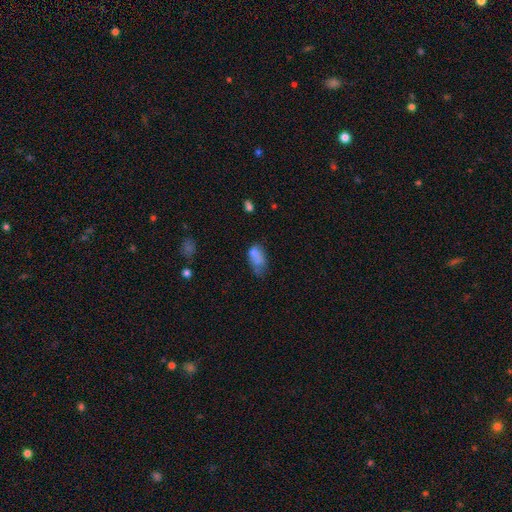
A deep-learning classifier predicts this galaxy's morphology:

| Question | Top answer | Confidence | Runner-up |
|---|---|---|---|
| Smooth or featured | smooth | 72% | featured or disk (17%) |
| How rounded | in between | 89% | round (8%) |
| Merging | none | 33% | minor disturbance (31%) |